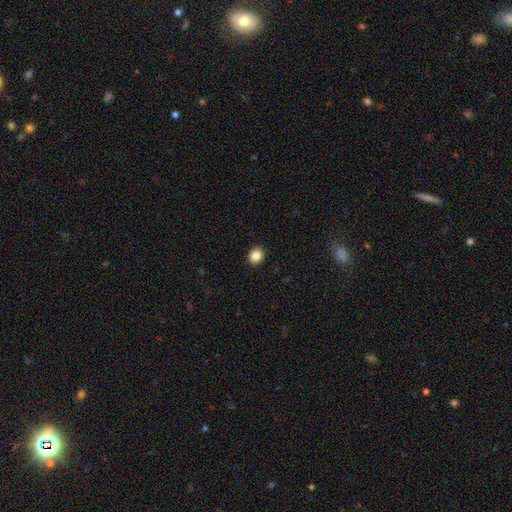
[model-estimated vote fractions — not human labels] This appears to be a smooth galaxy with no disk features (86%) that is round (65%). Merging: none (92%).